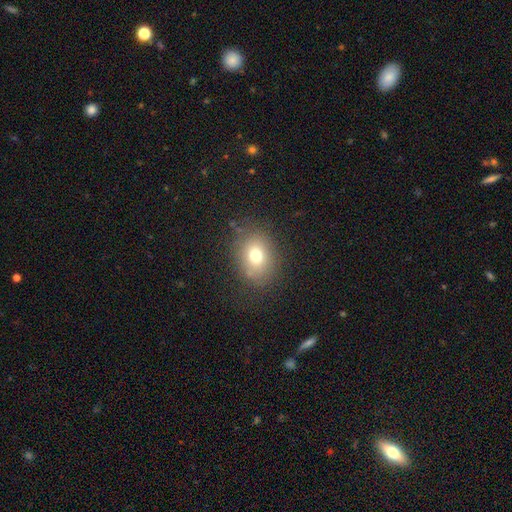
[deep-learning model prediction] Smooth or featured? smooth (72%)
How rounded? round (53%)
Merging? none (80%)